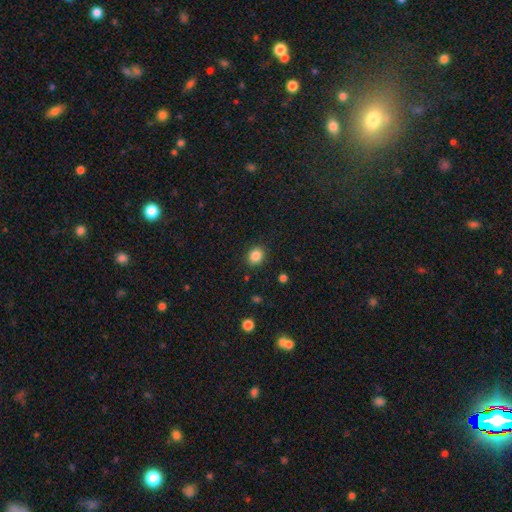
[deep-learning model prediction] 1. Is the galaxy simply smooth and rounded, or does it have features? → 86% smooth, 10% star or artifact, 4% featured or disk.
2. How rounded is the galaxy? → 58% round, 41% in between, 1% cigar-shaped.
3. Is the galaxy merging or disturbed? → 87% none, 9% minor disturbance, 3% major disturbance, 1% merger.